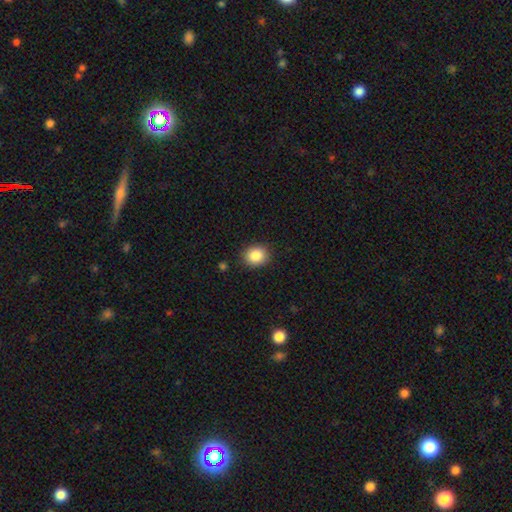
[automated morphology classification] This appears to be a smooth galaxy with no disk features (86%) that is round (70%). Merging: none (88%).